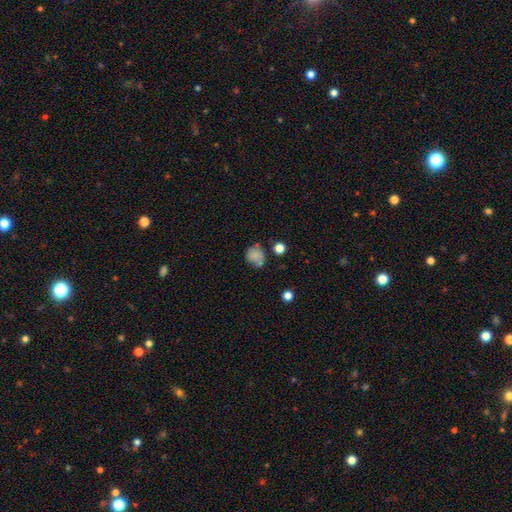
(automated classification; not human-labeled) Q: Smooth or featured?
A: smooth (71%); runner-up: featured or disk (17%)
Q: How rounded?
A: round (70%); runner-up: in between (29%)
Q: Merging?
A: none (49%); runner-up: minor disturbance (29%)